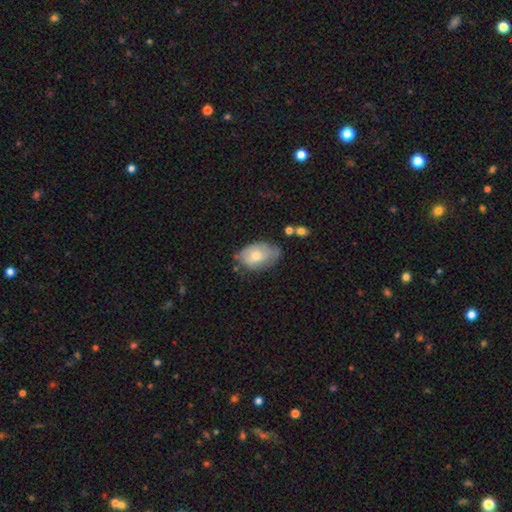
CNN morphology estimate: Smooth or featured: smooth — 61% (featured or disk — 32%)
How rounded: in between — 88% (round — 11%)
Merging: none — 57% (minor disturbance — 32%)